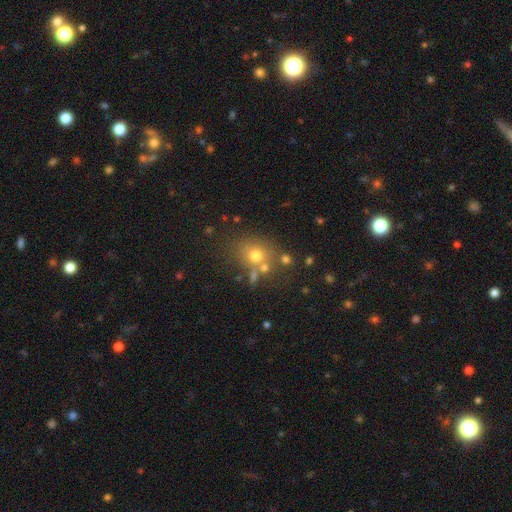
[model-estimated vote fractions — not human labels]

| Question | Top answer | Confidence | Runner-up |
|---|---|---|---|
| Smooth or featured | smooth | 67% | star or artifact (18%) |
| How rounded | round | 71% | in between (28%) |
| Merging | none | 63% | merger (18%) |